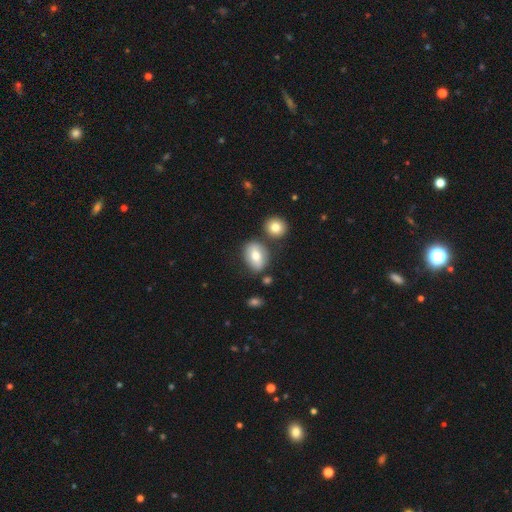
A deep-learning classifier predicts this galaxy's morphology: Smooth or featured? smooth (69%)
How rounded? in between (73%)
Merging? none (71%)